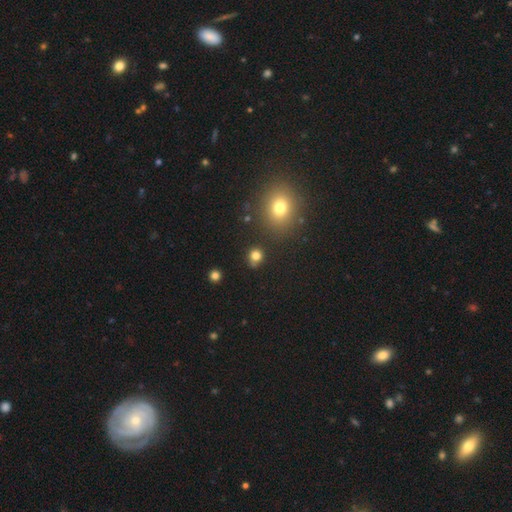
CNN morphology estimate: This is likely a smooth galaxy (79%). How rounded: clearly round (83%). Merging: likely none (77%).